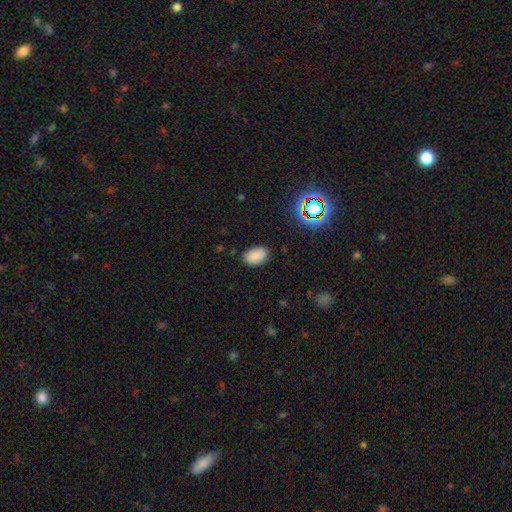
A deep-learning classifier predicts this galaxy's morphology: Smooth or featured? smooth (84%)
How rounded? in between (91%)
Merging? none (85%)